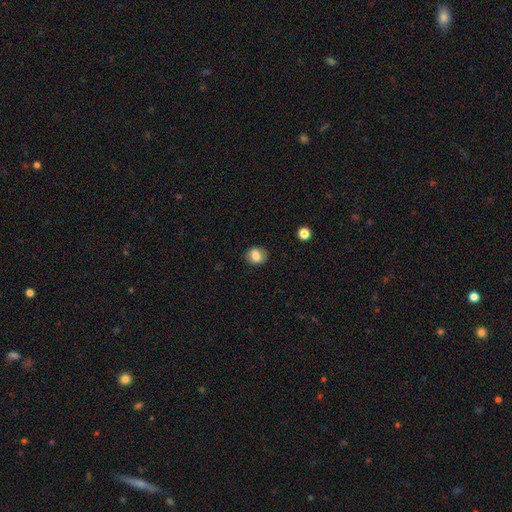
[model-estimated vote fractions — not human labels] A smooth galaxy with no disk features (80%) that is round (54%).

Vote fractions:
- Smooth or featured? smooth: 80% / featured or disk: 11% / star or artifact: 9%
- How rounded? round: 54% / in between: 45% / cigar-shaped: 1%
- Merging? none: 83% / minor disturbance: 12% / major disturbance: 3% / merger: 1%